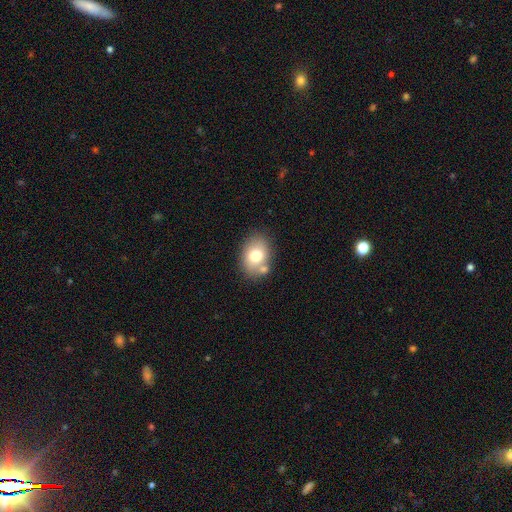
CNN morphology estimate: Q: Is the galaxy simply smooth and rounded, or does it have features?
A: smooth — 73%.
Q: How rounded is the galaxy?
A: in between — 69%.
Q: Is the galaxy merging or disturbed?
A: none — 67%.